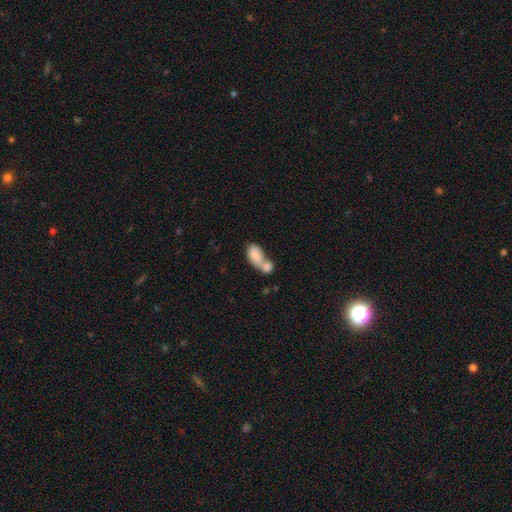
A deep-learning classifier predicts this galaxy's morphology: This is clearly a smooth galaxy (80%). How rounded: clearly in between (89%). Merging: likely merger (73%).